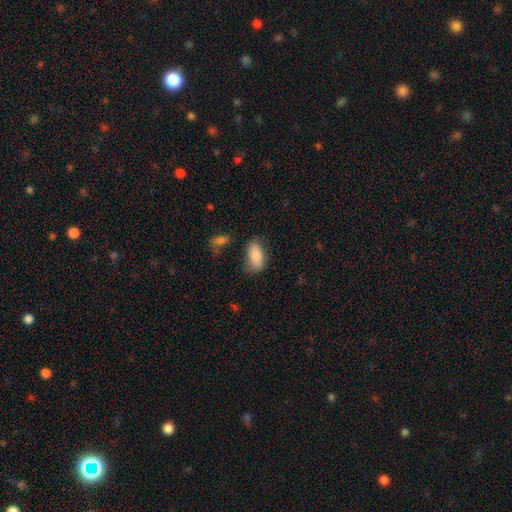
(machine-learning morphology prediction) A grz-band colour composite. It shows a smooth galaxy with no disk features (83%) that is in between round and cigar-shaped (90%). Merging: none (69%).